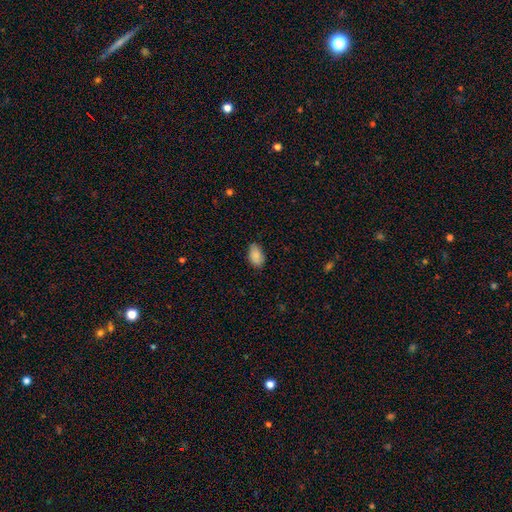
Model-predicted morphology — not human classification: Q: Smooth or featured?
A: smooth (87%); runner-up: star or artifact (7%)
Q: How rounded?
A: in between (93%); runner-up: round (6%)
Q: Merging?
A: none (80%); runner-up: minor disturbance (16%)